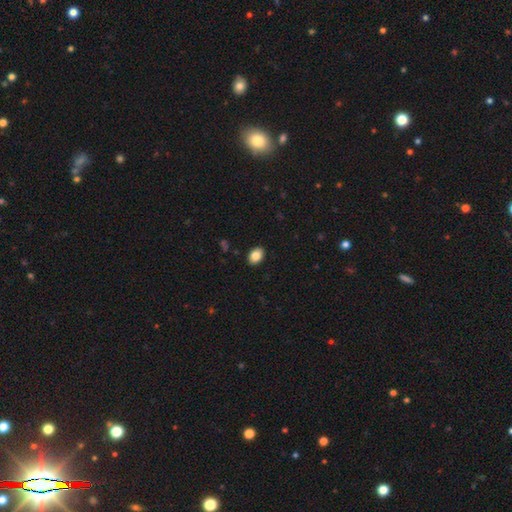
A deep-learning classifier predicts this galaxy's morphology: smooth_or_featured: smooth (p=0.84) [alt: featured or disk p=0.08]
how_rounded: in between (p=0.82) [alt: round p=0.17]
merging: none (p=0.89) [alt: minor disturbance p=0.08]